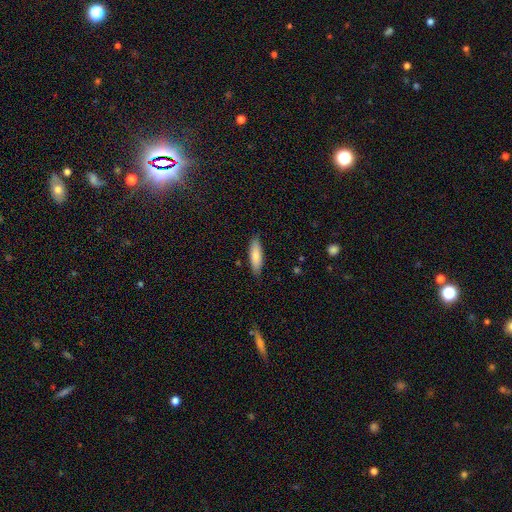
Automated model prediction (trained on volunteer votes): Morphology: type=smooth (81%); roundness=cigar-shaped (57%); merging=none (88%).